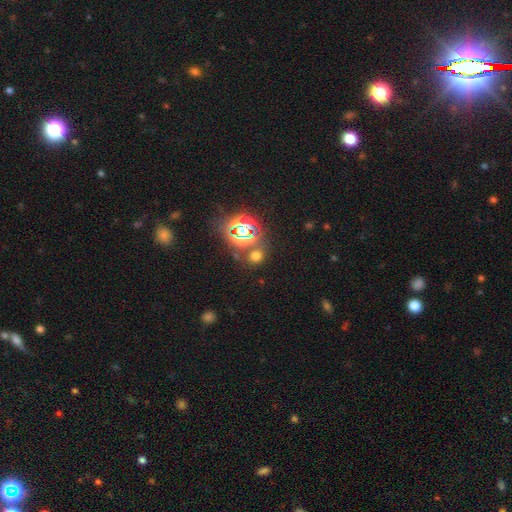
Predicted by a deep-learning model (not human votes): This is possibly a smooth galaxy (51%). How rounded: likely round (70%). Merging: likely none (74%).